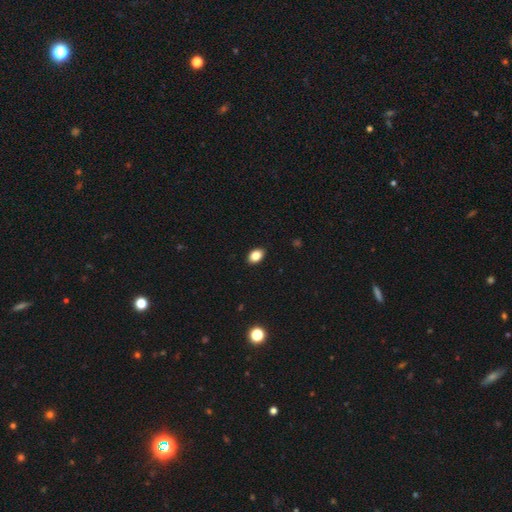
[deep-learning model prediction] Morphology: type=smooth (86%); roundness=in between (81%); merging=none (90%).